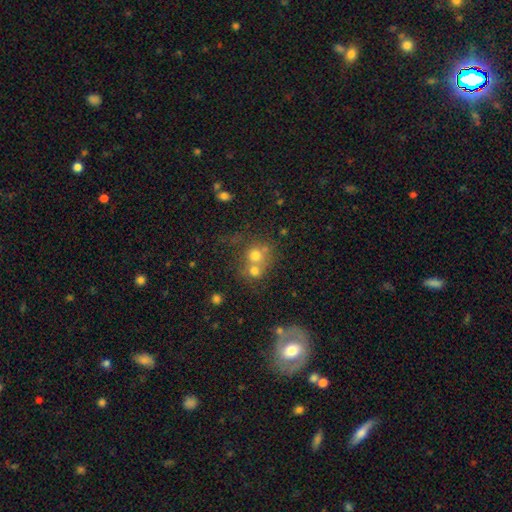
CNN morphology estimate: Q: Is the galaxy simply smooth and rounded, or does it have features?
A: smooth — 67%.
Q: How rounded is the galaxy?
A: round — 80%.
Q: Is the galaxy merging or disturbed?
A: merger — 55%.